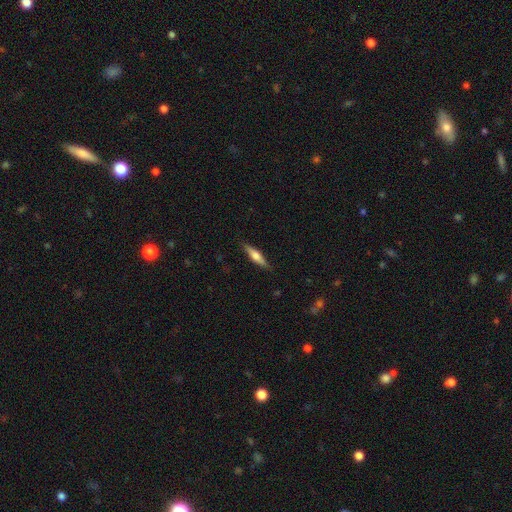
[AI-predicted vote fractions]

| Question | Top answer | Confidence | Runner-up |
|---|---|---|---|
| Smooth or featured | featured or disk | 51% | smooth (43%) |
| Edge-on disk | yes | 95% | no (5%) |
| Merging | none | 87% | minor disturbance (10%) |